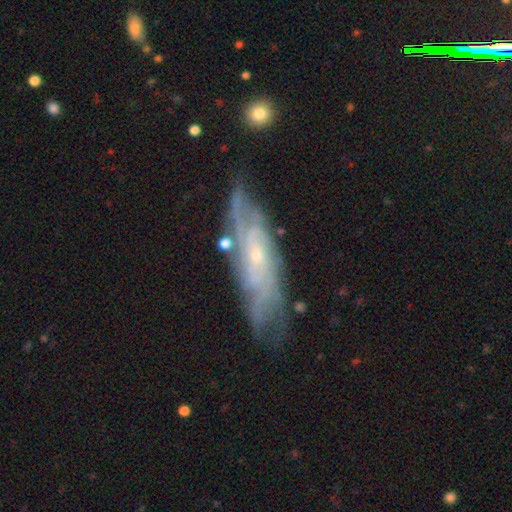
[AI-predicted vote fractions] Morphology: type=featured or disk (79%); edge-on=no (76%); bar=no (70%); spiral arms=yes (89%); winding=tight (63%); arm count=can't tell (57%); bulge=small (79%); merging=none (73%).